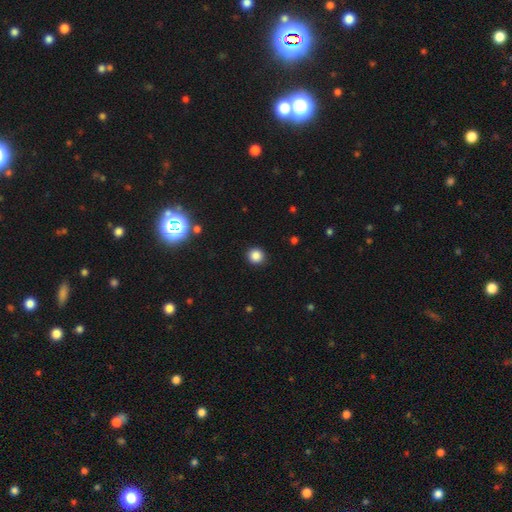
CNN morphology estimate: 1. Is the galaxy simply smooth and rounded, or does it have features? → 84% smooth, 12% star or artifact, 3% featured or disk.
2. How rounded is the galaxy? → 92% round, 7% in between, 1% cigar-shaped.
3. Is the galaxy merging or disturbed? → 91% none, 6% minor disturbance, 2% major disturbance, 1% merger.